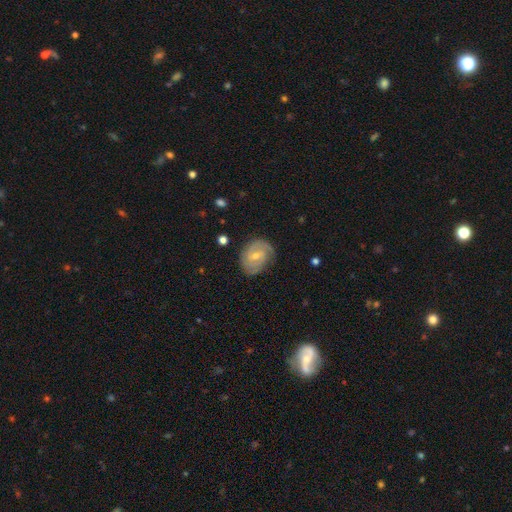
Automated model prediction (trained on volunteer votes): A featured or disk galaxy (76%) with a weak bar (55%), 2 (60%) tight (54%) spiral arms (93%) and a small central bulge (52%).

Vote fractions:
- Smooth or featured? featured or disk: 76% / smooth: 18% / star or artifact: 6%
- Edge-on disk? no: 97% / yes: 3%
- Bar? weak: 55% / no: 34% / strong: 10%
- Spiral arms? yes: 93% / no: 7%
- Spiral winding? tight: 54% / medium: 36% / loose: 10%
- Spiral arm count? 2: 60% / can't tell: 18% / 3: 11% / 1: 6% / 4: 2% / more than 4: 2%
- Bulge size? small: 52% / moderate: 43% / none: 2% / large: 1% / dominant: 1%
- Merging? none: 75% / minor disturbance: 18% / major disturbance: 5% / merger: 1%